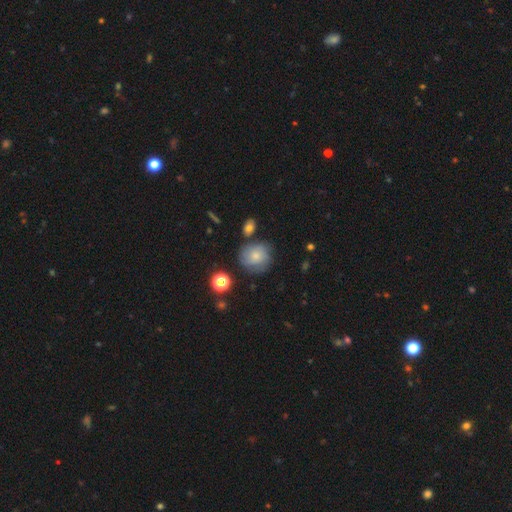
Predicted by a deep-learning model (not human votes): Morphology: type=smooth (65%); roundness=round (80%); merging=none (63%).